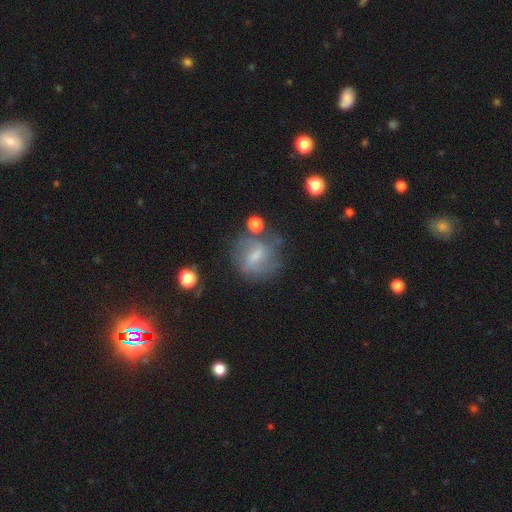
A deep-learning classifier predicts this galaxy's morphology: smooth-or-featured: featured or disk: 52% | smooth: 36% | star or artifact: 11%
  disk-edge-on: no: 94% | yes: 6%
  merging: none: 59% | minor disturbance: 21% | major disturbance: 12% | merger: 8%